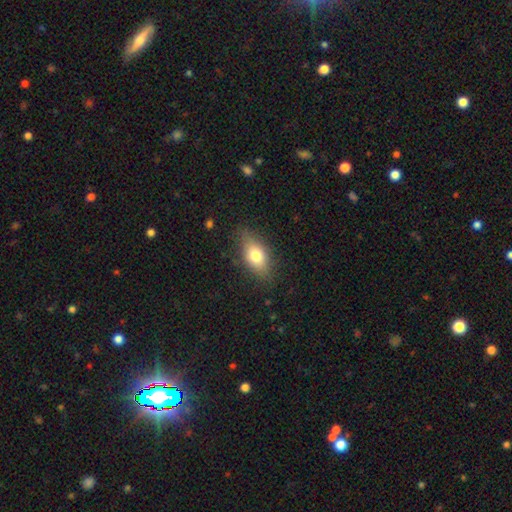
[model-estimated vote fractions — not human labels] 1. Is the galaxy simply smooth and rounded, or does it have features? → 72% smooth, 19% featured or disk, 8% star or artifact.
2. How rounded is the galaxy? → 82% in between, 9% round, 8% cigar-shaped.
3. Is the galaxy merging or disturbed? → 78% none, 17% minor disturbance, 4% major disturbance, 1% merger.